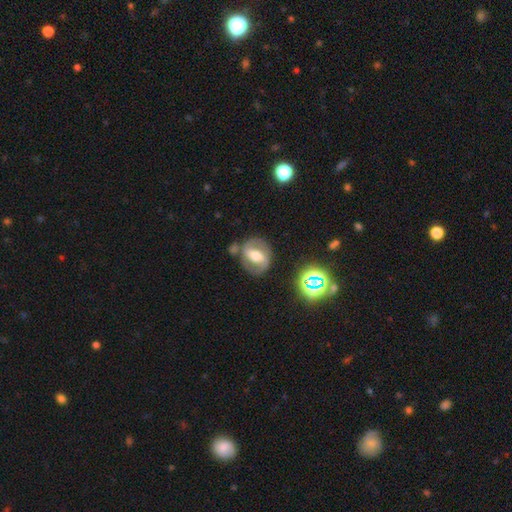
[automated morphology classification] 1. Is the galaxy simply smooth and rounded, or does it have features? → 68% featured or disk, 22% smooth, 9% star or artifact.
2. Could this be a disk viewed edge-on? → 96% no, 4% yes.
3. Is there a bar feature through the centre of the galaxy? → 46% strong, 35% weak, 19% no.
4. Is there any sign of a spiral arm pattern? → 77% yes, 23% no.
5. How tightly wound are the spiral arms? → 49% medium, 32% tight, 19% loose.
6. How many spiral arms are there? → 85% 2, 9% can't tell, 3% 1, 1% 3, 1% 4, 1% more than 4.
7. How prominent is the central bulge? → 66% moderate, 16% small, 14% large, 2% dominant, 2% none.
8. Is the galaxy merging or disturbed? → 73% none, 15% minor disturbance, 6% major disturbance, 6% merger.